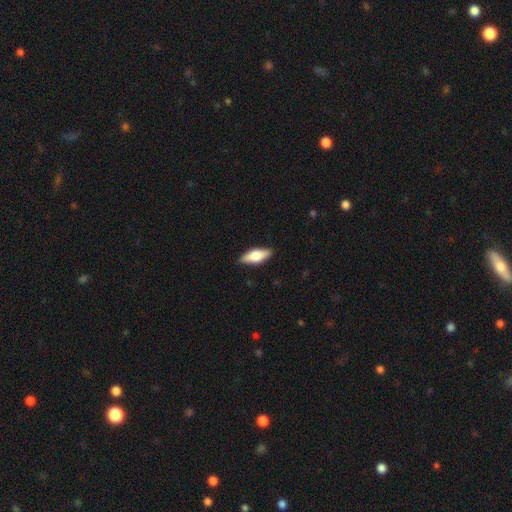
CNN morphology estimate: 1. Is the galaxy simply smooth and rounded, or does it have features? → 57% smooth, 37% featured or disk, 6% star or artifact.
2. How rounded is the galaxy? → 68% in between, 29% cigar-shaped, 3% round.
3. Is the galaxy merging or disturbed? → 87% none, 10% minor disturbance, 2% major disturbance, 1% merger.